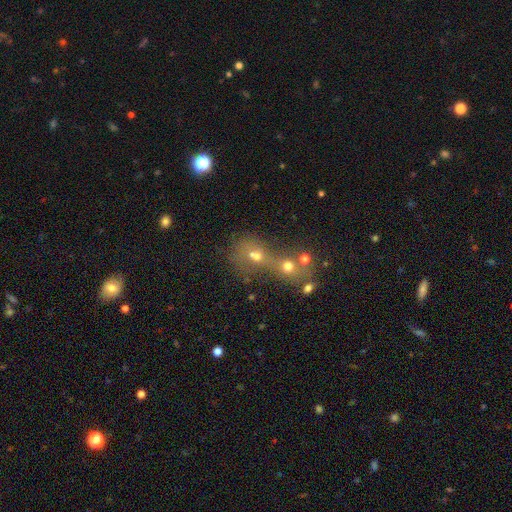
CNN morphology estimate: Smooth or featured? smooth (56%)
How rounded? round (68%)
Merging? merger (66%)